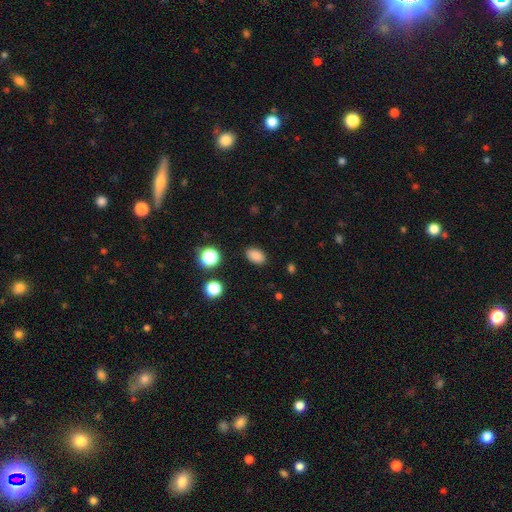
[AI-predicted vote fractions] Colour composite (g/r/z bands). It shows a smooth galaxy with no disk features (84%) that is in between round and cigar-shaped (86%). Merging: none (88%).